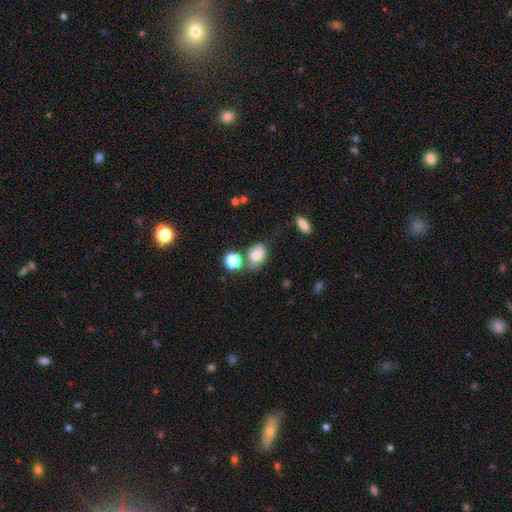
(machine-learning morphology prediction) Overall: smooth (76%). How rounded: in between (75%). Merging: none (48%; minor disturbance 24%).